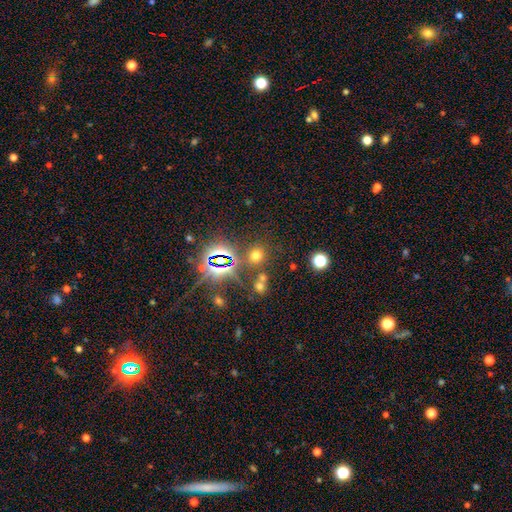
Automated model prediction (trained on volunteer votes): Smooth or featured? smooth (56%)
How rounded? round (84%)
Merging? none (74%)